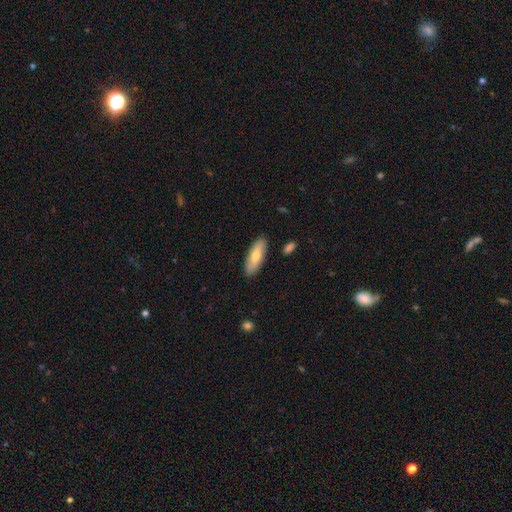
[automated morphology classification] smooth-or-featured: smooth: 67% | featured or disk: 27% | star or artifact: 6%
  how-rounded: in between: 67% | cigar-shaped: 31% | round: 2%
  merging: none: 88% | minor disturbance: 9% | major disturbance: 2% | merger: 2%